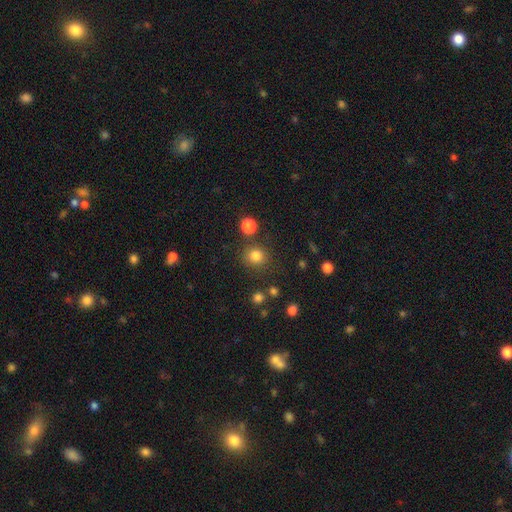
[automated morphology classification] This appears to be a smooth galaxy with no disk features (82%) that is round (88%). Merging: none (82%).